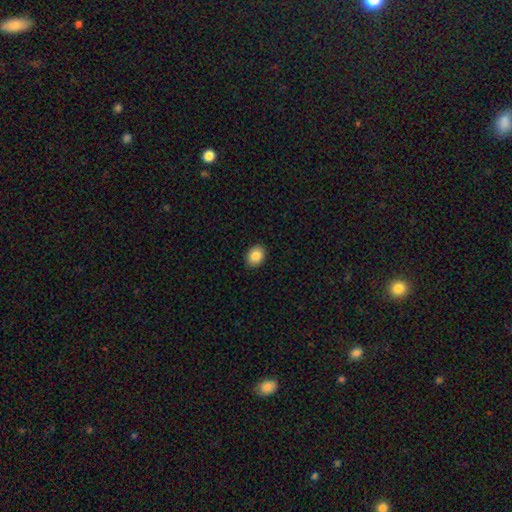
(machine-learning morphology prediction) A smooth galaxy with no disk features (86%) that is in between round and cigar-shaped (66%).

Vote fractions:
- Smooth or featured? smooth: 86% / star or artifact: 8% / featured or disk: 6%
- How rounded? in between: 66% / round: 34% / cigar-shaped: 1%
- Merging? none: 90% / minor disturbance: 7% / major disturbance: 2% / merger: 1%